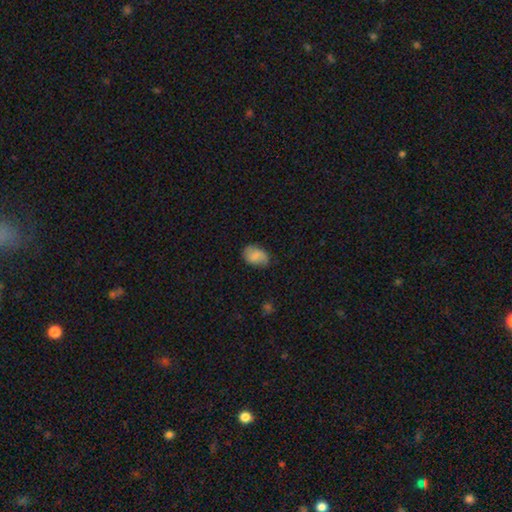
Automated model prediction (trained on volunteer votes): smooth 74%, featured or disk 18%, star or artifact 8%. Down the decision tree: how rounded — in between (80%); merging — none (69%).